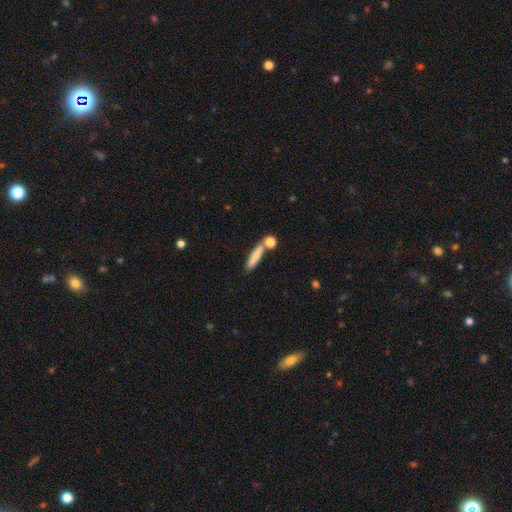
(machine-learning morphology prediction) A smooth galaxy with no disk features (79%) that is cigar-shaped (77%).

Vote fractions:
- Smooth or featured? smooth: 79% / featured or disk: 14% / star or artifact: 7%
- How rounded? cigar-shaped: 77% / in between: 19% / round: 4%
- Merging? none: 67% / merger: 16% / minor disturbance: 13% / major disturbance: 4%